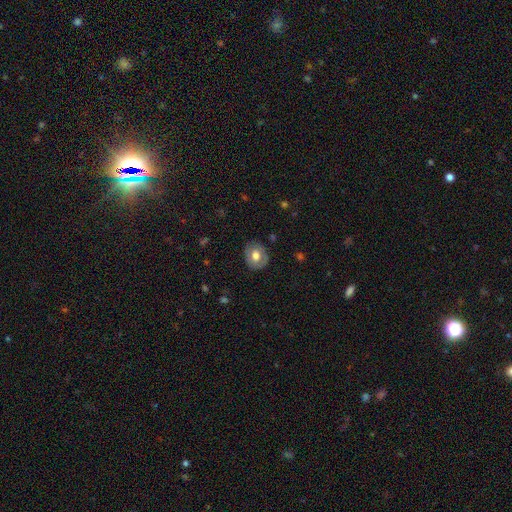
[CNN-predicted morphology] The model was most divided on "how rounded": round: 66%, in between: 33%, cigar-shaped: 1%. More confident: merging — none (82%); smooth or featured — smooth (64%).